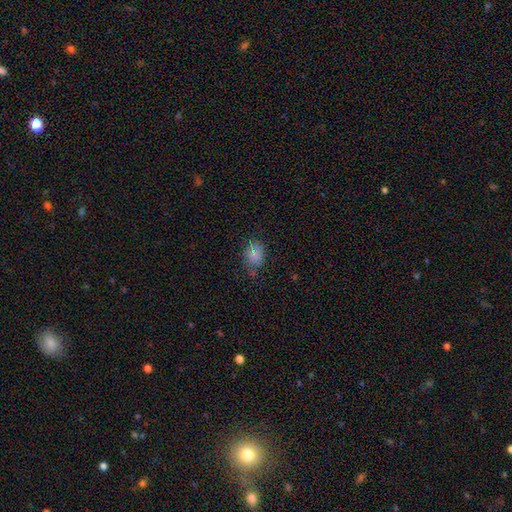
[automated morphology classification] type=smooth (75%); roundness=in between (58%); merging=none (71%).